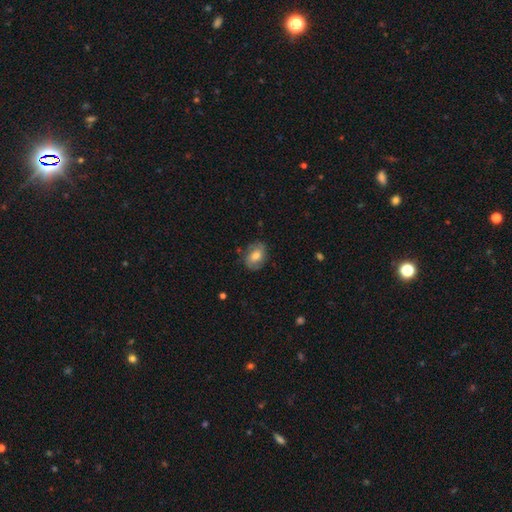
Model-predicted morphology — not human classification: type=smooth (51%); roundness=in between (74%); merging=none (75%).